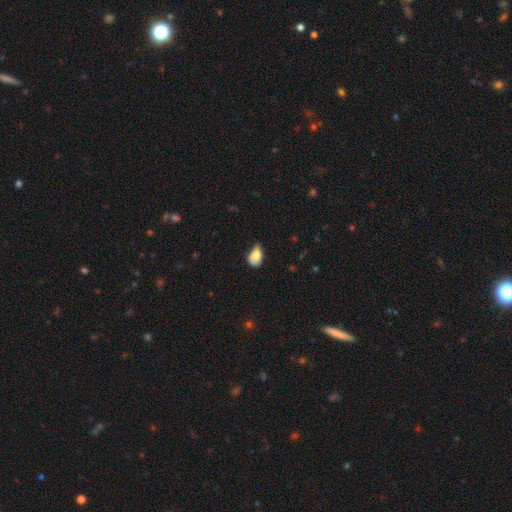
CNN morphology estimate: Smooth or featured: smooth — 81% (featured or disk — 11%)
How rounded: in between — 83% (round — 15%)
Merging: minor disturbance — 52% (none — 29%)